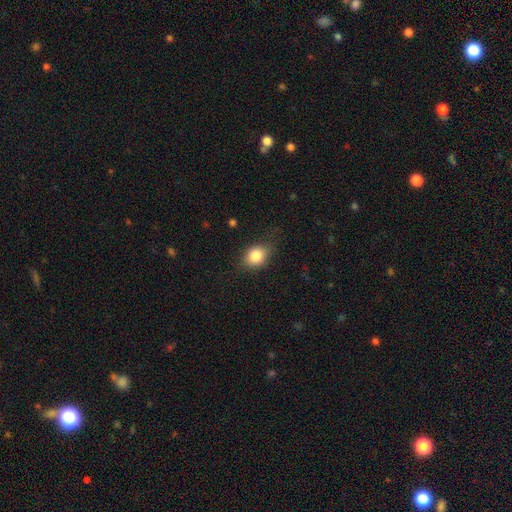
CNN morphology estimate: Smooth or featured? Predicted: smooth (p=0.82). How rounded? Predicted: in between (p=0.54). Merging? Predicted: none (p=0.74).